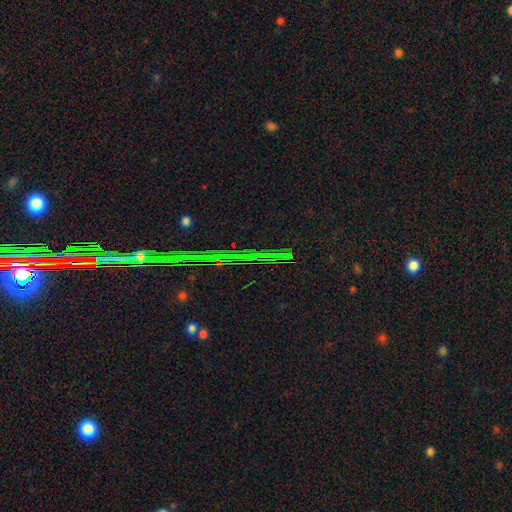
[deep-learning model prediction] This appears to be a star or artifact, not a galaxy (79%).